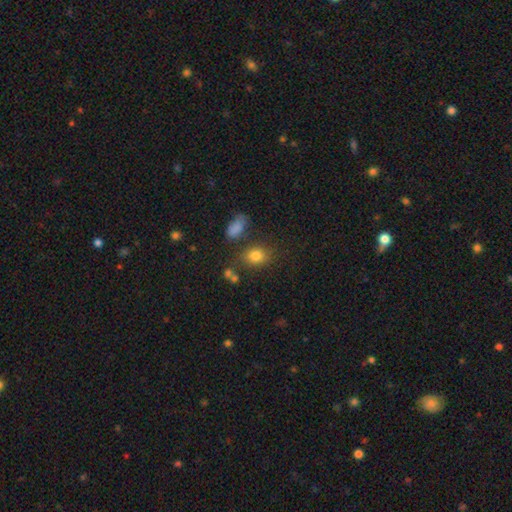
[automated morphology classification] smooth_or_featured: smooth (p=0.80) [alt: star or artifact p=0.12]
how_rounded: in between (p=0.60) [alt: round p=0.38]
merging: none (p=0.71) [alt: minor disturbance p=0.15]